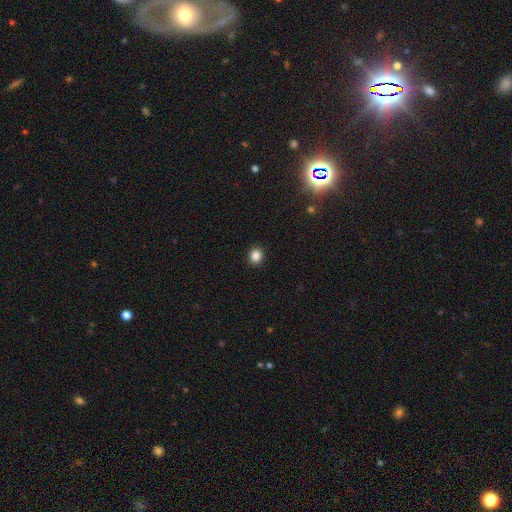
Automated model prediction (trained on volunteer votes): Smooth or featured? smooth (85%)
How rounded? round (83%)
Merging? none (92%)